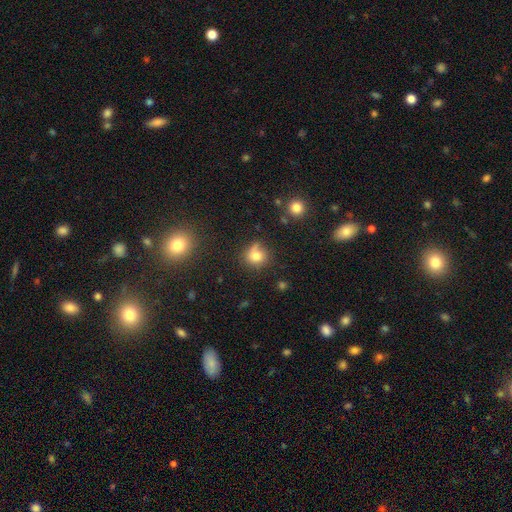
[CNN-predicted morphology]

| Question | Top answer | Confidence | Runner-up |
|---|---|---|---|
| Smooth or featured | smooth | 76% | star or artifact (13%) |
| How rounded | round | 80% | in between (19%) |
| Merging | none | 59% | minor disturbance (23%) |